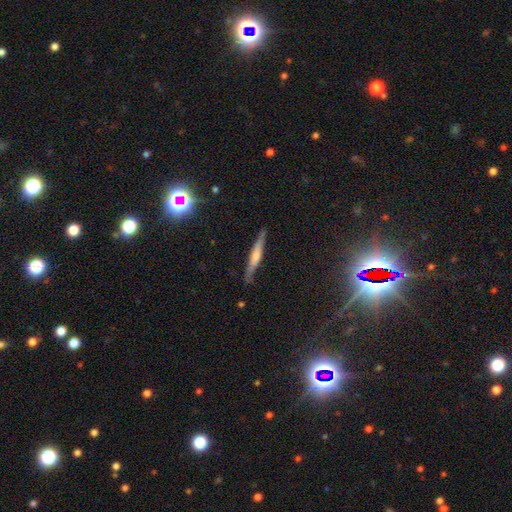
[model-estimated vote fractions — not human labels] This is possibly a featured or disk galaxy (47%). Merging: clearly none (82%).